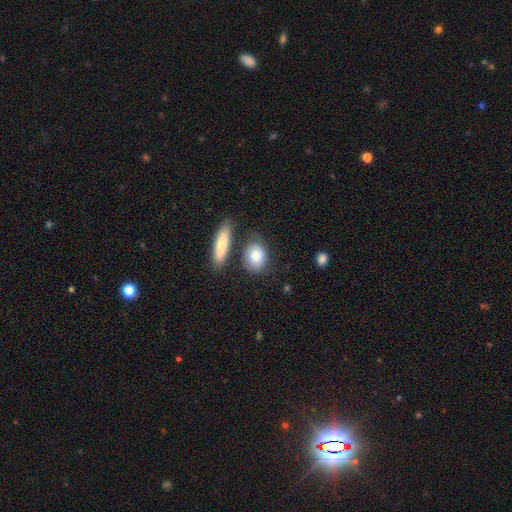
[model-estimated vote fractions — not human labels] Morphology: type=smooth (82%); roundness=in between (67%); merging=none (68%).